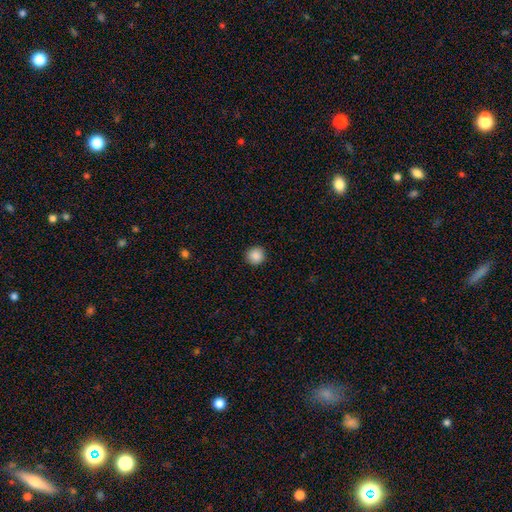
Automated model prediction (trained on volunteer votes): Smooth or featured? smooth (88%)
How rounded? round (93%)
Merging? none (91%)